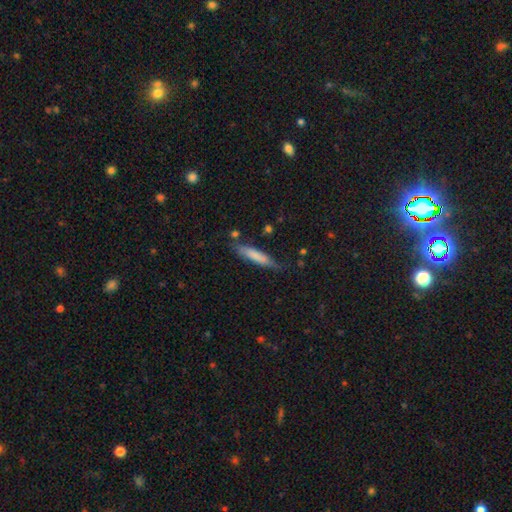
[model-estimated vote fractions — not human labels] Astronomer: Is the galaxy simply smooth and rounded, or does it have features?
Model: smooth — 74%.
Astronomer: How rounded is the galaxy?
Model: cigar-shaped — 87%.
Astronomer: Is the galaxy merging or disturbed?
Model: none — 72%.